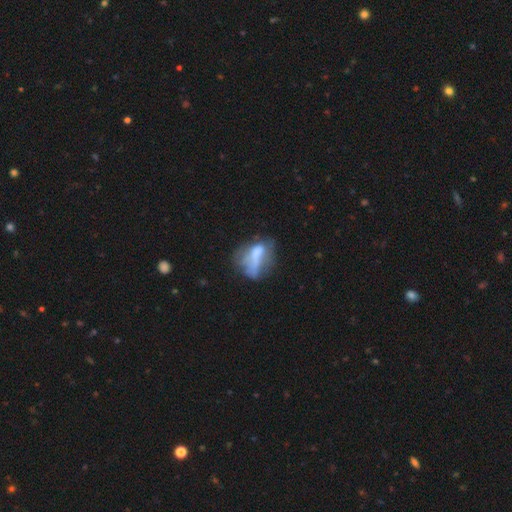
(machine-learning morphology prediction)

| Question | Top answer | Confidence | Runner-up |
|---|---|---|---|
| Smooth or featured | smooth | 51% | featured or disk (37%) |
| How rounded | in between | 76% | round (17%) |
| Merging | major disturbance | 37% | none (27%) |